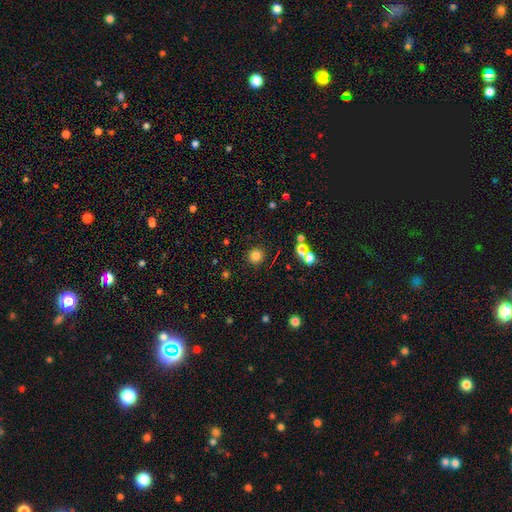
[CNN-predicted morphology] smooth-or-featured: smooth: 81% | star or artifact: 14% | featured or disk: 6%
  how-rounded: round: 93% | in between: 6% | cigar-shaped: 1%
  merging: none: 87% | minor disturbance: 6% | merger: 4% | major disturbance: 3%